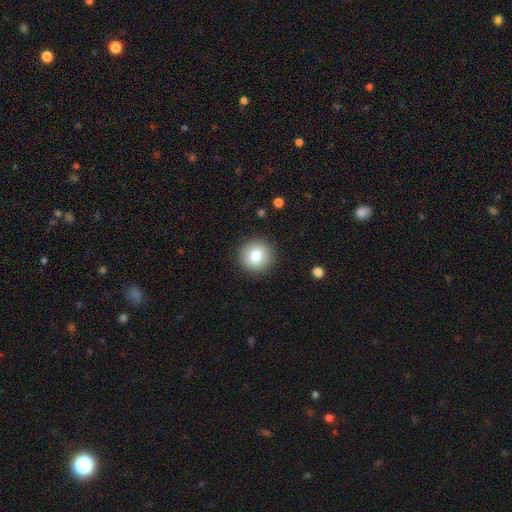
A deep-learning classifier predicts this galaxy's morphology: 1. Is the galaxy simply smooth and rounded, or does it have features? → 79% smooth, 11% featured or disk, 10% star or artifact.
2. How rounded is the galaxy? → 95% round, 4% in between, 1% cigar-shaped.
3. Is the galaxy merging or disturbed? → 92% none, 5% minor disturbance, 2% major disturbance, 1% merger.